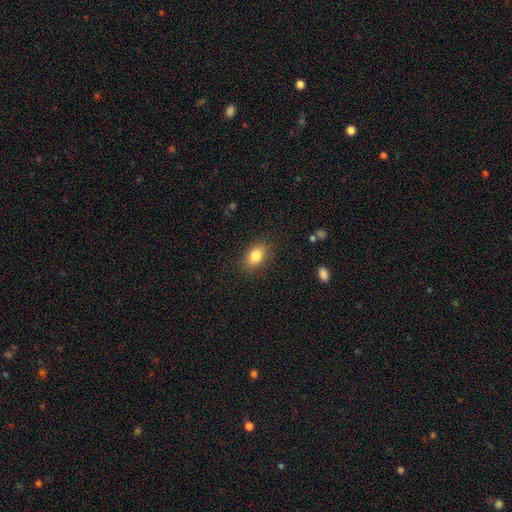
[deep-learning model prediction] A smooth galaxy with no disk features (83%) that is in between round and cigar-shaped (83%).

Vote fractions:
- Smooth or featured? smooth: 83% / star or artifact: 9% / featured or disk: 8%
- How rounded? in between: 83% / round: 15% / cigar-shaped: 2%
- Merging? none: 86% / minor disturbance: 10% / major disturbance: 3% / merger: 1%